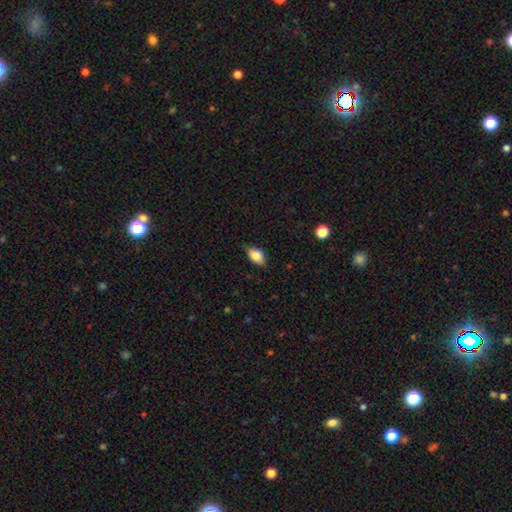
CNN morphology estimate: smooth_or_featured: smooth (p=0.81) [alt: featured or disk p=0.11]
how_rounded: in between (p=0.86) [alt: round p=0.10]
merging: none (p=0.74) [alt: minor disturbance p=0.21]